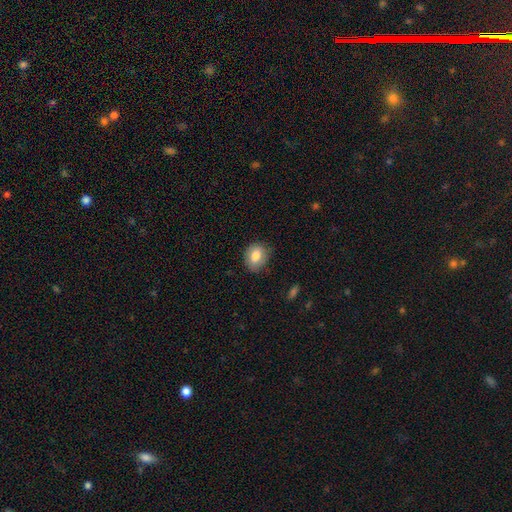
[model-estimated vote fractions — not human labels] Smooth or featured? smooth (83%)
How rounded? in between (58%)
Merging? none (80%)